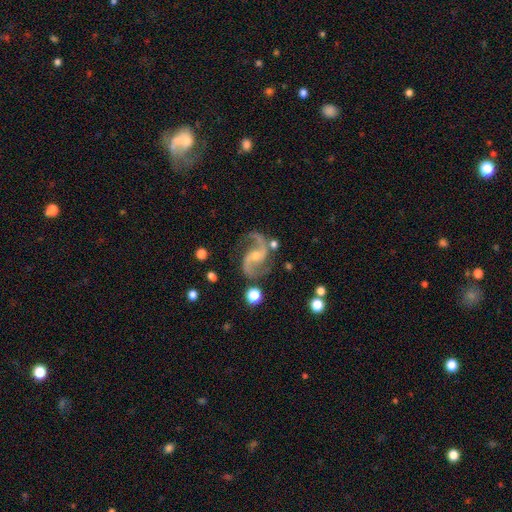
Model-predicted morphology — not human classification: This is clearly a featured or disk galaxy (92%). It is clearly not viewed edge-on (98%). Bar: possibly no (51%). Spiral arm pattern: clearly yes (98%). Spiral arm count: clearly 2 (93%). Spiral winding: possibly medium (48%). Central bulge: possibly small (58%). Merging: likely none (73%).